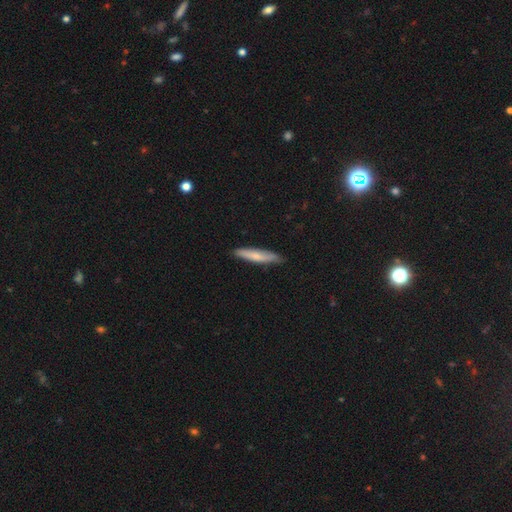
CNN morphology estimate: Smooth or featured? smooth (69%)
How rounded? cigar-shaped (88%)
Merging? none (85%)